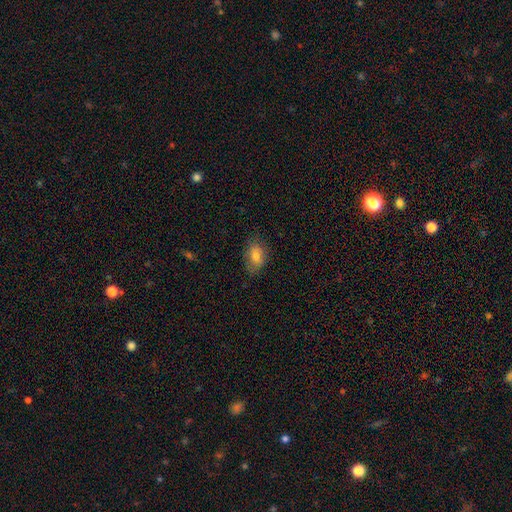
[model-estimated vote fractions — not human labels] Q: Smooth or featured?
A: smooth (74%); runner-up: featured or disk (16%)
Q: How rounded?
A: in between (84%); runner-up: round (14%)
Q: Merging?
A: none (74%); runner-up: minor disturbance (20%)